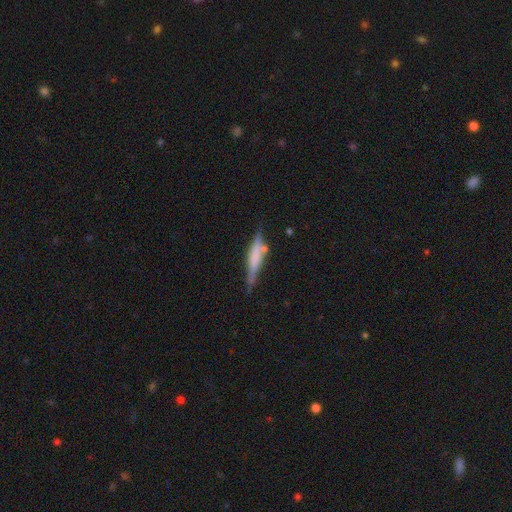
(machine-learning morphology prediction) The model was most divided on "smooth or featured": featured or disk: 51%, smooth: 42%, star or artifact: 7%. More confident: edge-on disk — yes (94%); merging — none (72%).